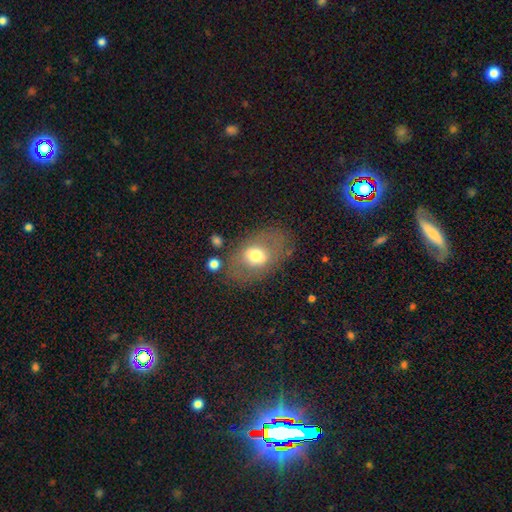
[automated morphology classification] Smooth or featured? smooth (60%)
How rounded? in between (79%)
Merging? none (73%)